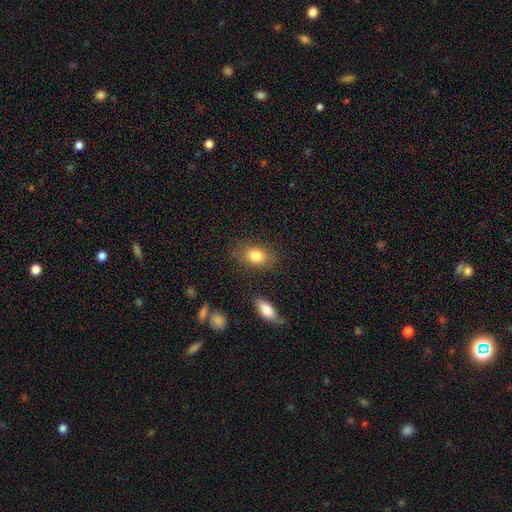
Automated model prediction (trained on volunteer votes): A smooth galaxy with no disk features (82%) that is in between round and cigar-shaped (78%).

Vote fractions:
- Smooth or featured? smooth: 82% / featured or disk: 10% / star or artifact: 8%
- How rounded? in between: 78% / round: 20% / cigar-shaped: 2%
- Merging? none: 79% / minor disturbance: 13% / major disturbance: 4% / merger: 3%